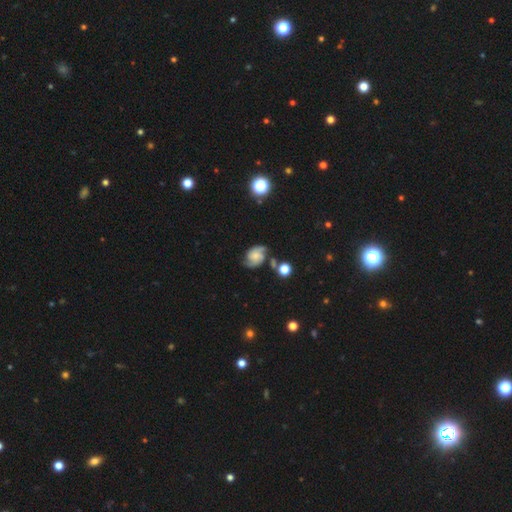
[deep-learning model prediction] A featured or disk galaxy (79%) with no bar (67%), 2 (80%) medium (50%) spiral arms (96%) and a small central bulge (47%). Merging: none (68%).